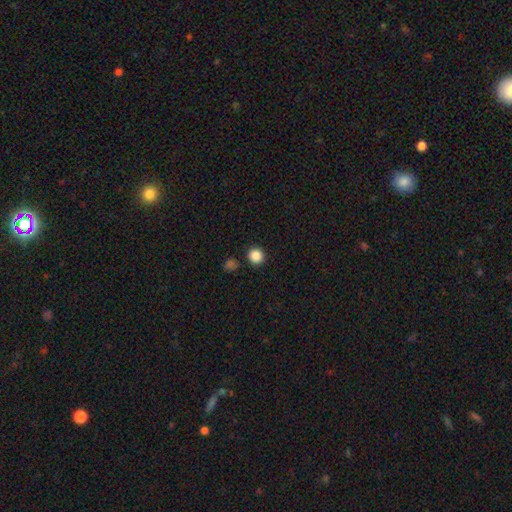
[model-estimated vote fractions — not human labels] Overall: smooth (87%). How rounded: round (93%). Merging: none (90%).